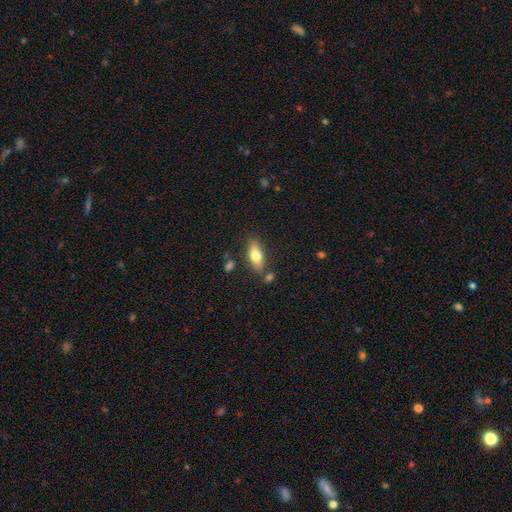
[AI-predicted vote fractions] smooth_or_featured: smooth (p=0.71) [alt: featured or disk p=0.22]
how_rounded: in between (p=0.74) [alt: cigar-shaped p=0.23]
merging: none (p=0.76) [alt: minor disturbance p=0.14]